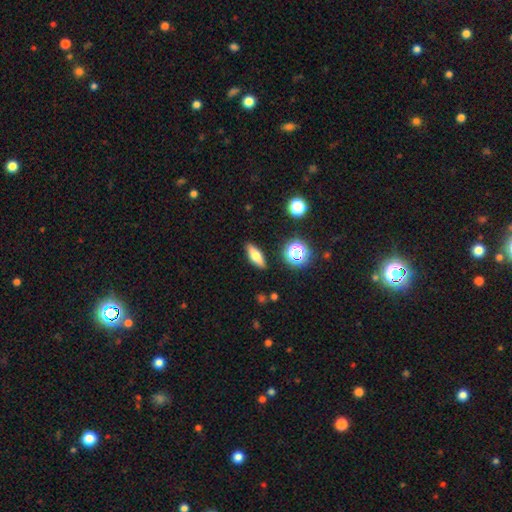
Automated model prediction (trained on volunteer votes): smooth 66%, featured or disk 23%, star or artifact 11%. Down the decision tree: how rounded — in between (58%); merging — none (87%).